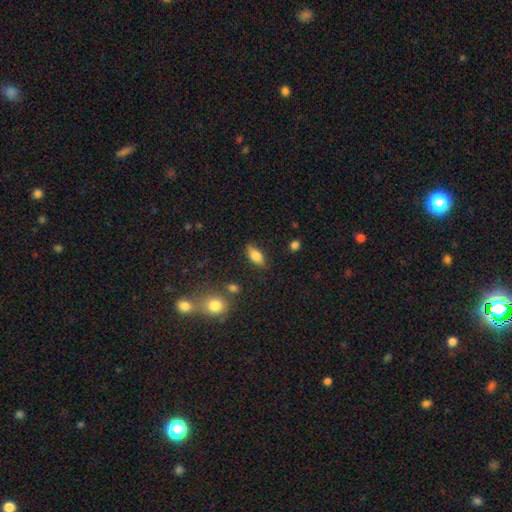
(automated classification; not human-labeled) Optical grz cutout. It shows a smooth galaxy with no disk features (82%) that is in between round and cigar-shaped (87%). Merging: none (81%).